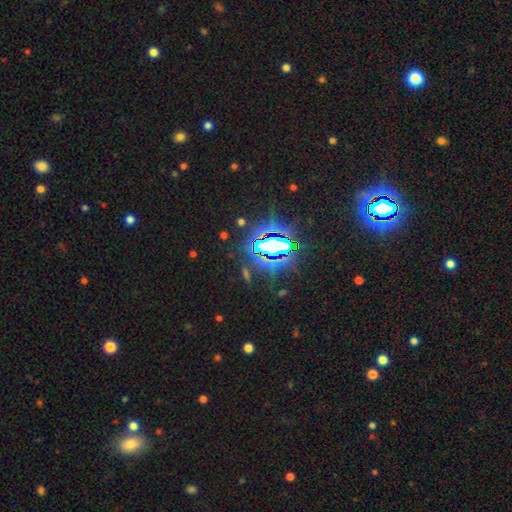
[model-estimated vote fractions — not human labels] Overall: star or artifact (86%).